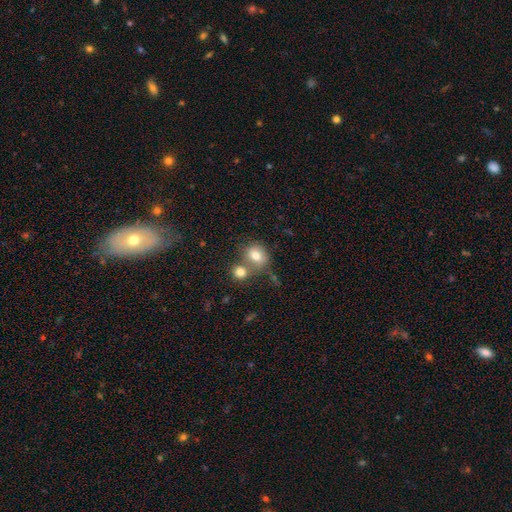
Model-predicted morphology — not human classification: The model was most divided on "merging": none: 45%, merger: 39%, minor disturbance: 11%, major disturbance: 5%. More confident: smooth or featured — smooth (75%); how rounded — round (71%).